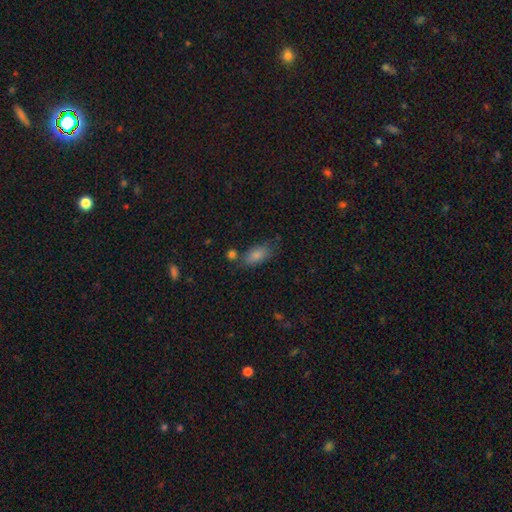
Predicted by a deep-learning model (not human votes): Q: Smooth or featured?
A: smooth (77%); runner-up: star or artifact (13%)
Q: How rounded?
A: in between (83%); runner-up: cigar-shaped (13%)
Q: Merging?
A: none (70%); runner-up: minor disturbance (16%)